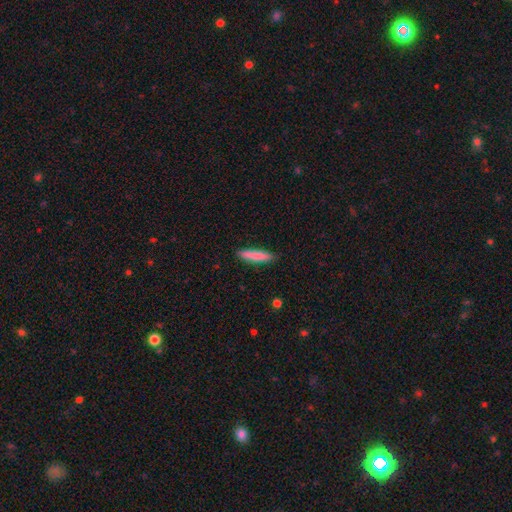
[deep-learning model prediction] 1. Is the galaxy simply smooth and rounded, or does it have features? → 84% smooth, 10% featured or disk, 6% star or artifact.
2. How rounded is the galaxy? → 87% cigar-shaped, 11% in between, 1% round.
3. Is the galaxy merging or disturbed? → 89% none, 9% minor disturbance, 2% major disturbance, 1% merger.